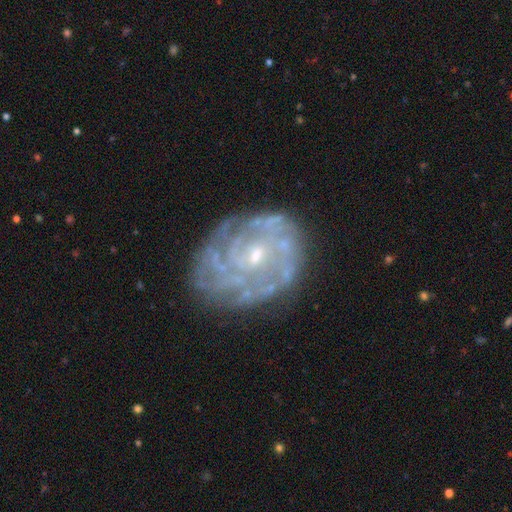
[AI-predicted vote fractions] The model was most divided on "spiral arm count": can't tell: 46%, 3: 14%, 4: 13%, 2: 12%, more than 4: 8%, 1: 6%. More confident: edge-on disk — no (97%); spiral arms — yes (86%); smooth or featured — featured or disk (83%); merging — none (72%); bar — no (71%); spiral winding — tight (70%); bulge size — small (65%).